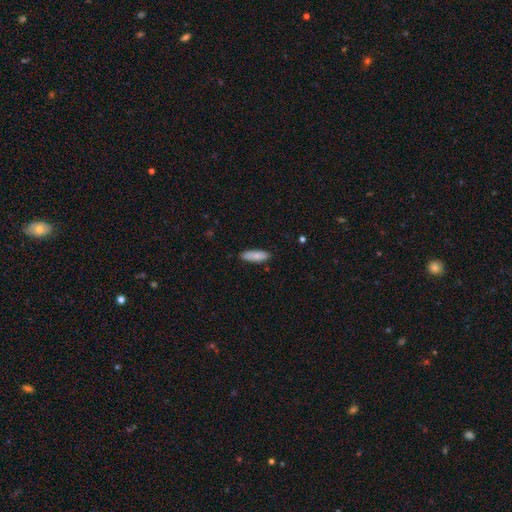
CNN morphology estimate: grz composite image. It shows a smooth galaxy with no disk features (85%) that is in between round and cigar-shaped (55%). Merging: none (87%).